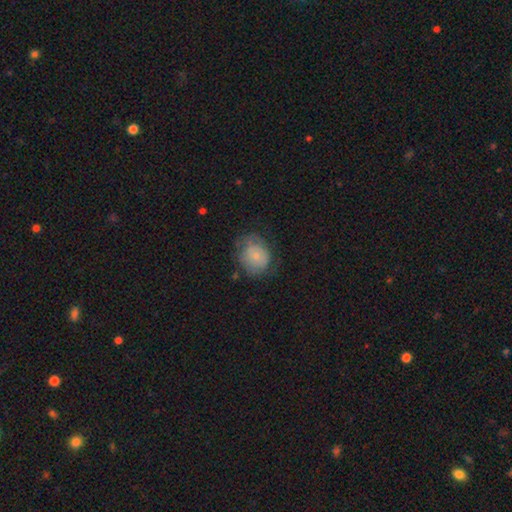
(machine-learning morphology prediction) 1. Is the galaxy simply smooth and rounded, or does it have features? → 64% smooth, 27% featured or disk, 9% star or artifact.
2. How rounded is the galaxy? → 70% round, 29% in between, 1% cigar-shaped.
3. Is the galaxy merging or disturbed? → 53% none, 29% minor disturbance, 17% major disturbance, 2% merger.